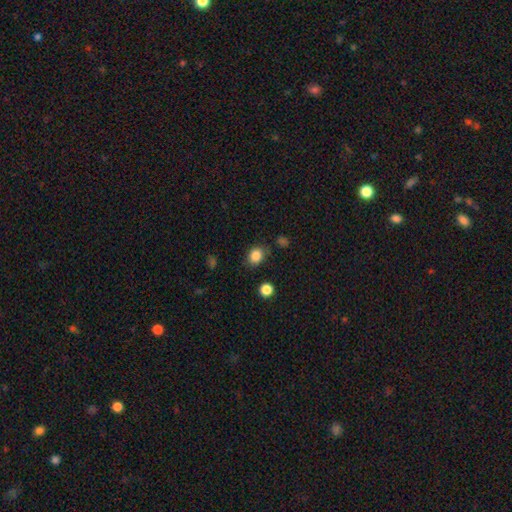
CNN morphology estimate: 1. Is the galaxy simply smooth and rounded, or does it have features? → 85% smooth, 11% star or artifact, 5% featured or disk.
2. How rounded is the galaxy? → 63% round, 36% in between, 1% cigar-shaped.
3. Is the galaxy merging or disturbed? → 79% none, 14% minor disturbance, 4% major disturbance, 3% merger.